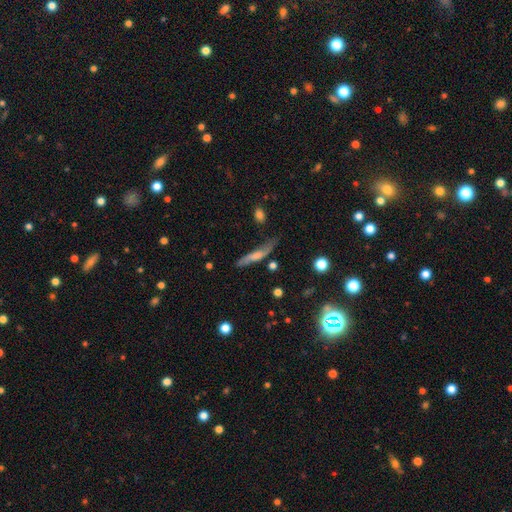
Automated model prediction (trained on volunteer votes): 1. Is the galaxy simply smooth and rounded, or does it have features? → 52% smooth, 41% featured or disk, 7% star or artifact.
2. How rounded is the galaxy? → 84% cigar-shaped, 13% in between, 3% round.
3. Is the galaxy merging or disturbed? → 60% none, 26% minor disturbance, 9% major disturbance, 5% merger.